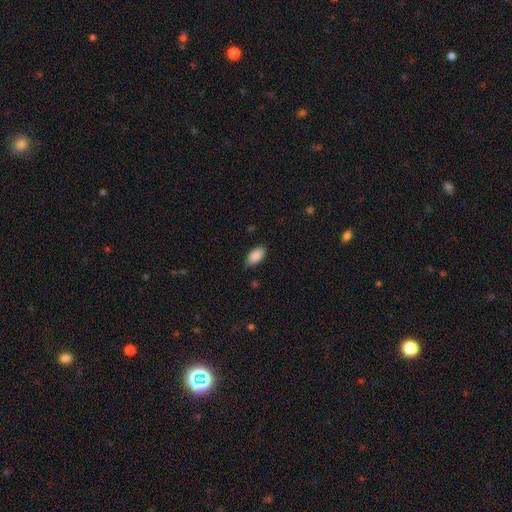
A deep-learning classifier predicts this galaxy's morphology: Q: Smooth or featured?
A: smooth (89%); runner-up: star or artifact (7%)
Q: How rounded?
A: in between (93%); runner-up: cigar-shaped (5%)
Q: Merging?
A: none (78%); runner-up: minor disturbance (18%)